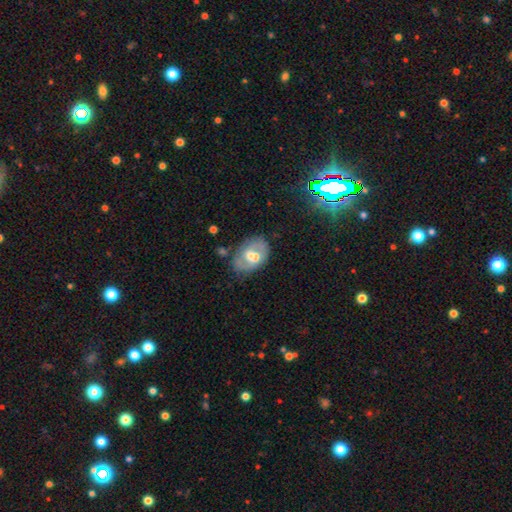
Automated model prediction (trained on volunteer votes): A featured or disk galaxy (59%) with a weak bar (43%), spiral arms (57%) and a moderate central bulge (60%). Merging: none (66%).